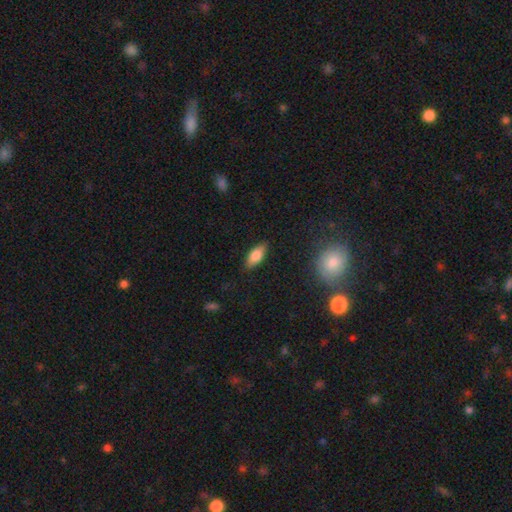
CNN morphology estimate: This appears to be a smooth galaxy with no disk features (76%) that is in between round and cigar-shaped (79%). Merging: none (84%).